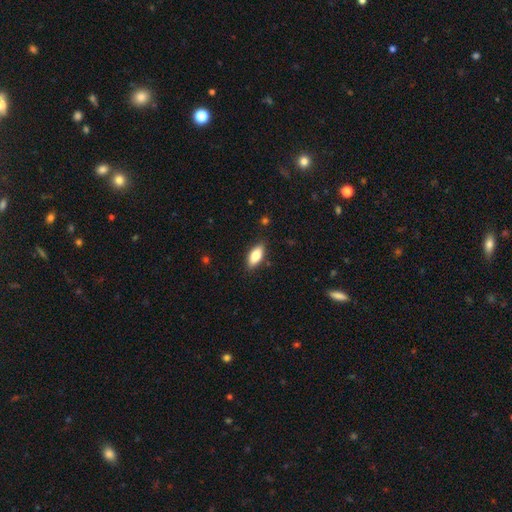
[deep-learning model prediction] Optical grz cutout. It shows a smooth galaxy with no disk features (81%) that is in between round and cigar-shaped (86%). Merging: none (86%).